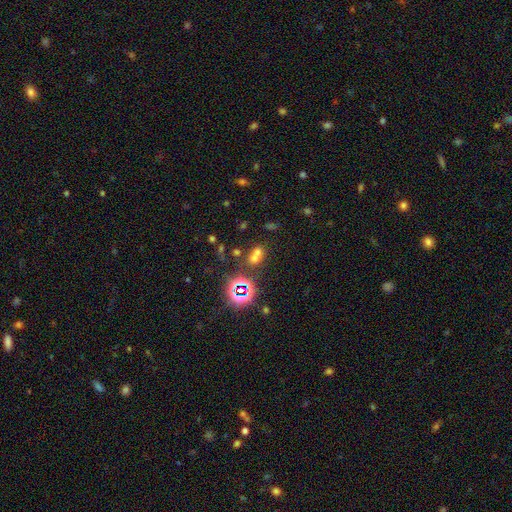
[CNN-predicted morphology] Overall: smooth (47%; star or artifact 38%). Merging: merger (50%; none 37%).